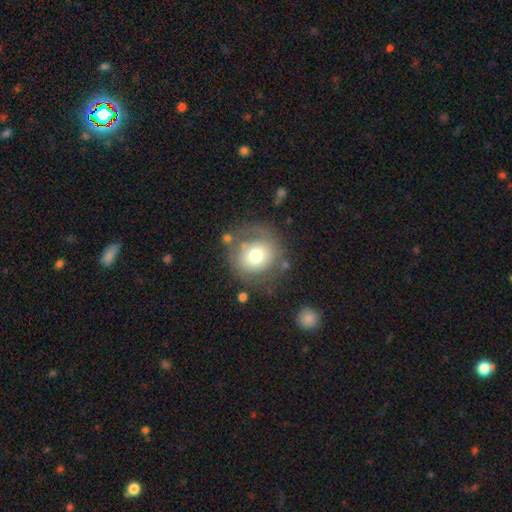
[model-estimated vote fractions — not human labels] This is likely a smooth galaxy (66%). How rounded: clearly round (89%). Merging: likely none (65%).